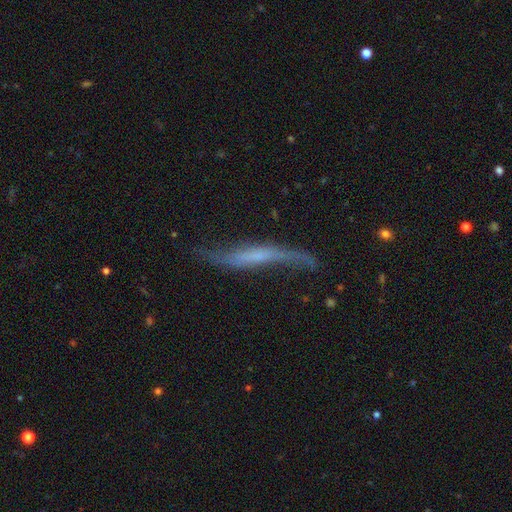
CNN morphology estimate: The model was most divided on "edge-on disk": yes: 53%, no: 47%. More confident: smooth or featured — featured or disk (70%); merging — none (51%).